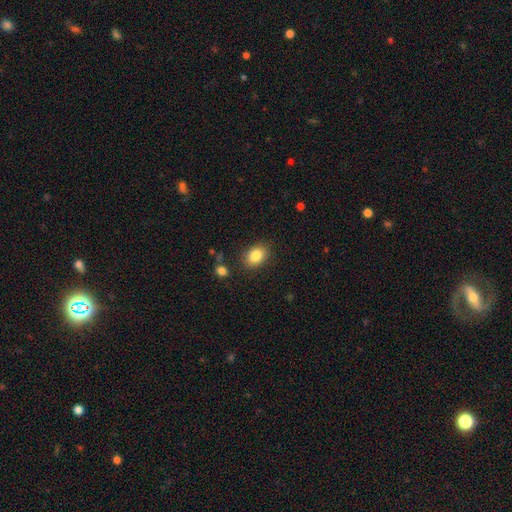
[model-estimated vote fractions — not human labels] Smooth or featured? Predicted: smooth (p=0.85). How rounded? Predicted: in between (p=0.70). Merging? Predicted: none (p=0.85).